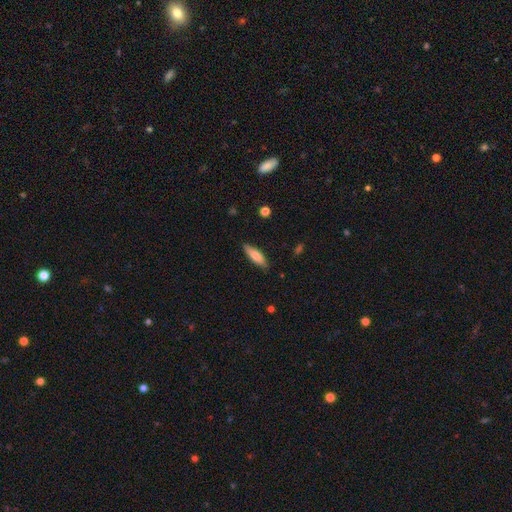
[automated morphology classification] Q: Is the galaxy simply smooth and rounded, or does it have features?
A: smooth — 79%.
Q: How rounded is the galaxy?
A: cigar-shaped — 50%.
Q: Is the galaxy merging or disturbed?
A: none — 83%.